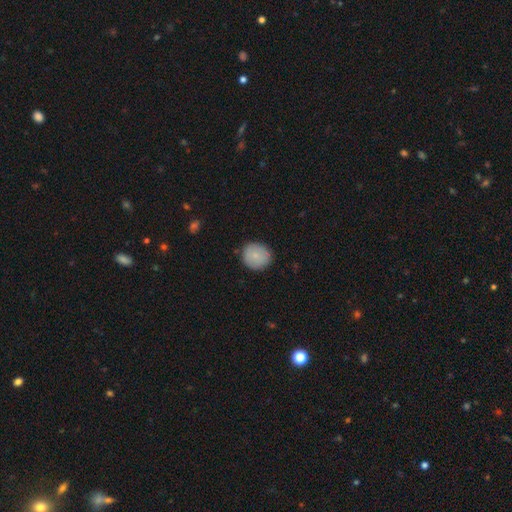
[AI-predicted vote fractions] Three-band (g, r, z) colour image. It shows a smooth galaxy with no disk features (83%) that is round (85%). Merging: none (85%).